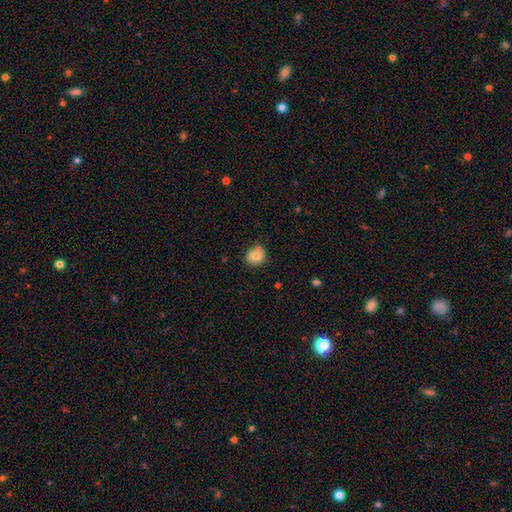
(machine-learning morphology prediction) A smooth galaxy with no disk features (78%) that is round (81%). Merging: none (74%).